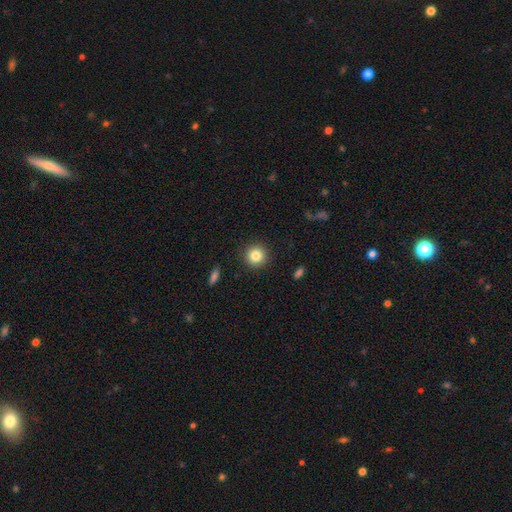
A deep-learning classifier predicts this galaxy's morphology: Smooth or featured?
  - smooth: 83% *
  - star or artifact: 10%
  - featured or disk: 7%
How rounded?
  - round: 94% *
  - in between: 5%
  - cigar-shaped: 1%
Merging?
  - none: 91% *
  - minor disturbance: 6%
  - major disturbance: 2%
  - merger: 1%